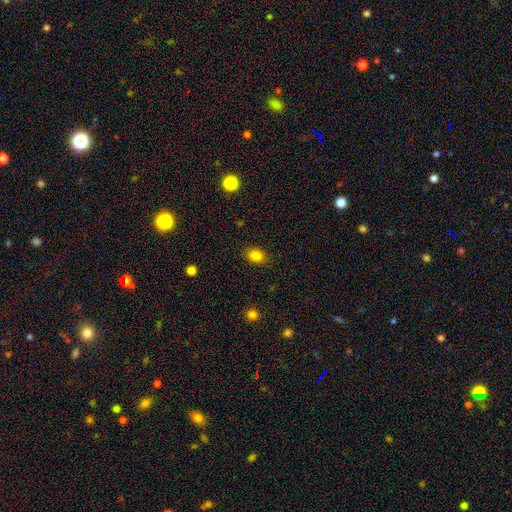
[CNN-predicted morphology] Smooth or featured? Predicted: smooth (p=0.84). How rounded? Predicted: in between (p=0.62). Merging? Predicted: none (p=0.86).